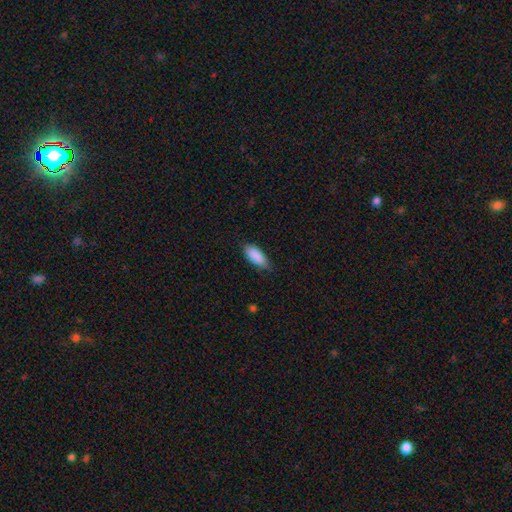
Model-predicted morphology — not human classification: A smooth galaxy with no disk features (90%) that is in between round and cigar-shaped (82%).

Vote fractions:
- Smooth or featured? smooth: 90% / star or artifact: 6% / featured or disk: 4%
- How rounded? in between: 82% / cigar-shaped: 16% / round: 2%
- Merging? none: 75% / minor disturbance: 21% / major disturbance: 3% / merger: 1%